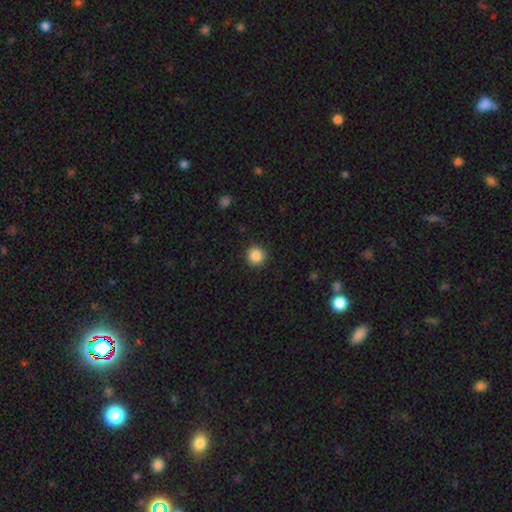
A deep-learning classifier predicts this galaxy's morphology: Smooth or featured? Predicted: smooth (p=0.86). How rounded? Predicted: round (p=0.95). Merging? Predicted: none (p=0.91).